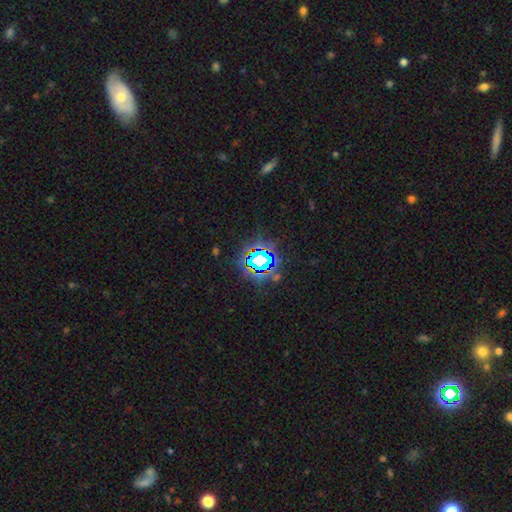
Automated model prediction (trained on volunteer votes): Smooth or featured? star or artifact (73%)